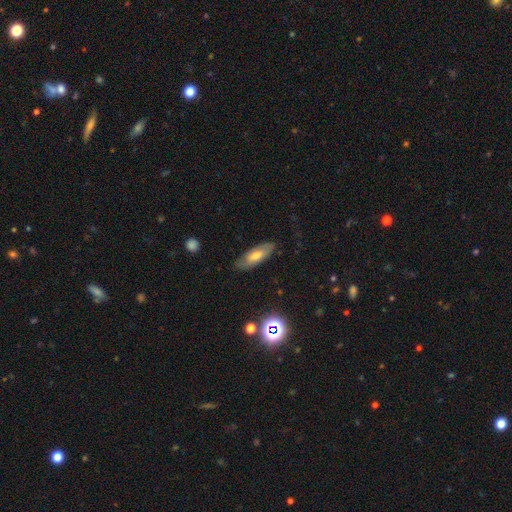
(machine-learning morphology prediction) smooth_or_featured: smooth (p=0.56) [alt: featured or disk p=0.35]
how_rounded: in between (p=0.64) [alt: cigar-shaped p=0.34]
merging: none (p=0.79) [alt: minor disturbance p=0.16]